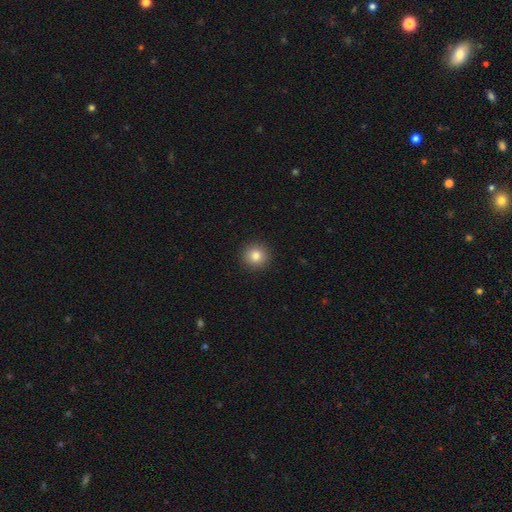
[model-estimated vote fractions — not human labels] smooth-or-featured: smooth: 83% | star or artifact: 10% | featured or disk: 7%
  how-rounded: round: 93% | in between: 6% | cigar-shaped: 1%
  merging: none: 92% | minor disturbance: 5% | major disturbance: 2% | merger: 1%